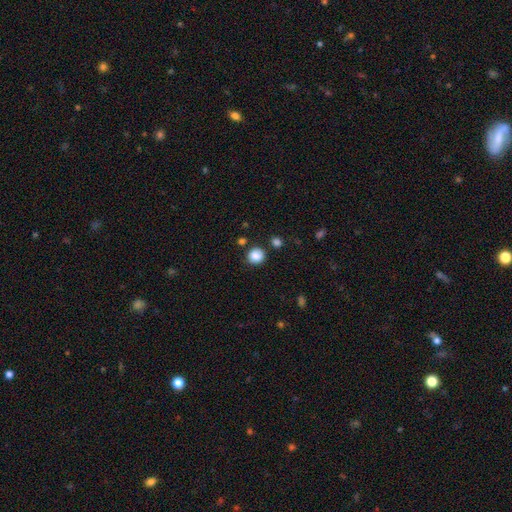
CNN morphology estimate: Smooth or featured: smooth — 87% (star or artifact — 9%)
How rounded: round — 87% (in between — 12%)
Merging: none — 84% (minor disturbance — 9%)